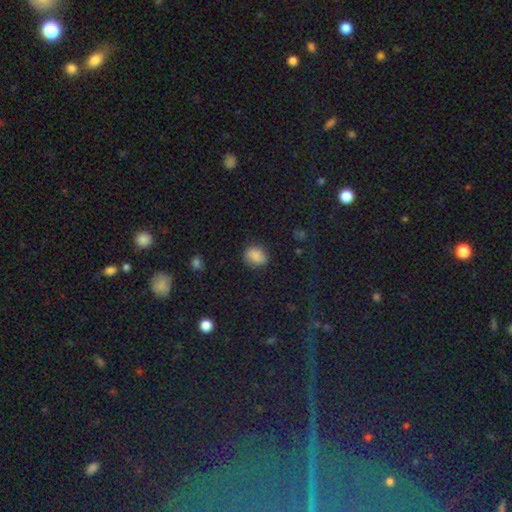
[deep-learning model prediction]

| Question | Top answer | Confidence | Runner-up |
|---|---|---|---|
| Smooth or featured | smooth | 78% | star or artifact (11%) |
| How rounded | in between | 53% | round (46%) |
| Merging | none | 72% | minor disturbance (20%) |